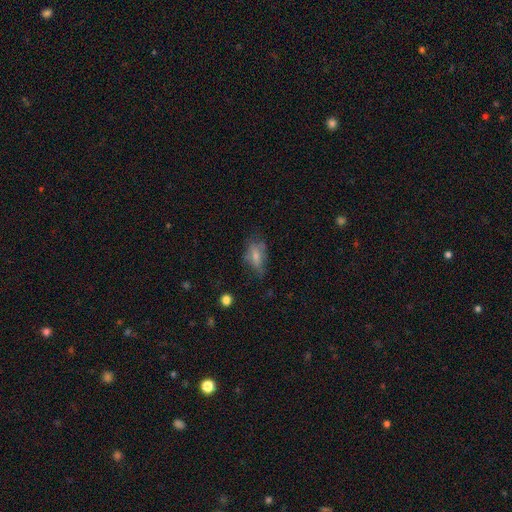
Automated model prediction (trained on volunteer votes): Smooth or featured? Predicted: smooth (p=0.62). How rounded? Predicted: in between (p=0.82). Merging? Predicted: none (p=0.47).